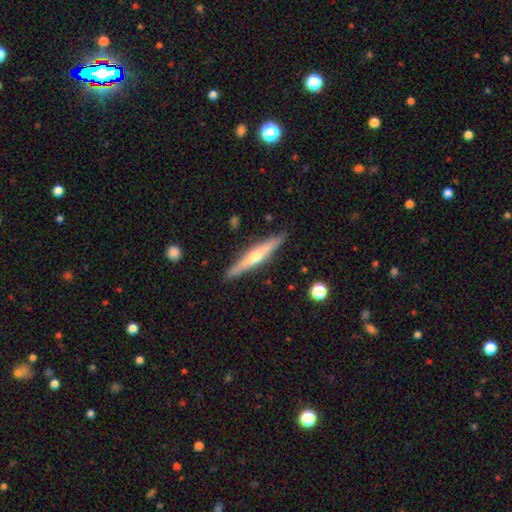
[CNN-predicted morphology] smooth_or_featured: featured or disk (p=0.68) [alt: smooth p=0.26]
disk_edge_on: yes (p=0.96) [alt: no p=0.04]
edge_on_bulge: rounded (p=0.90) [alt: none p=0.07]
merging: none (p=0.89) [alt: minor disturbance p=0.08]